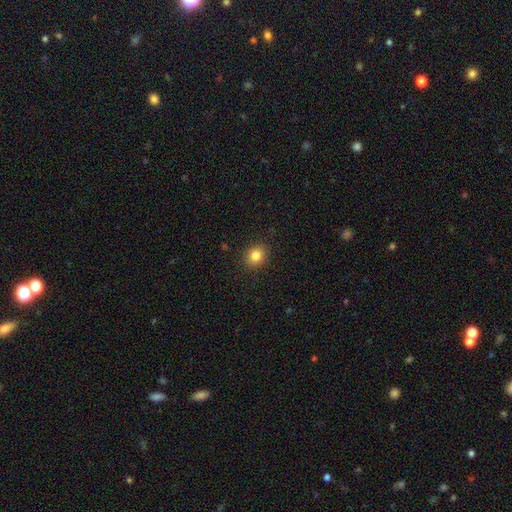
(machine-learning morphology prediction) Overall: smooth (83%). How rounded: round (65%; in between 34%). Merging: none (89%).